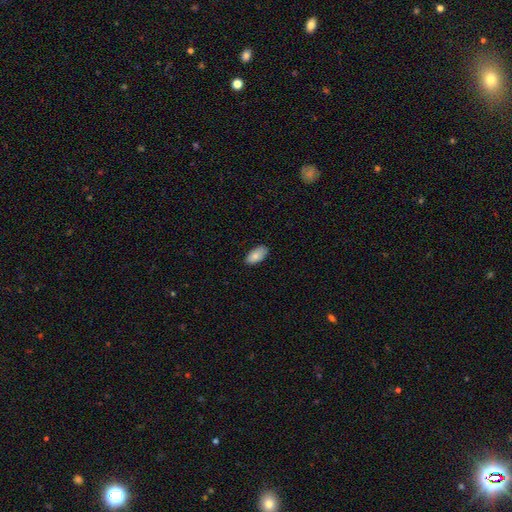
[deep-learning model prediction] Smooth or featured: smooth — 85% (featured or disk — 9%)
How rounded: in between — 94% (cigar-shaped — 4%)
Merging: none — 85% (minor disturbance — 12%)